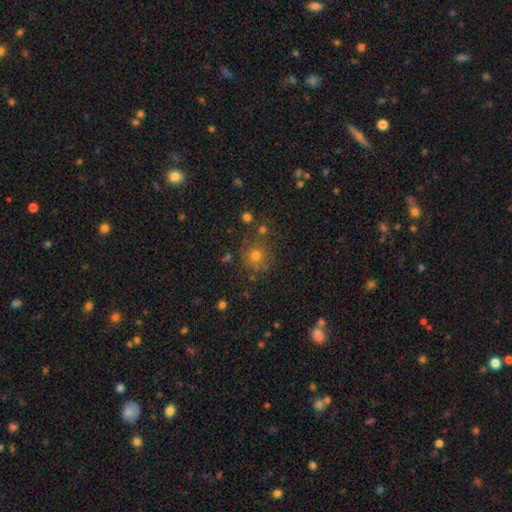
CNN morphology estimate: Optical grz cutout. It shows a smooth galaxy with no disk features (68%) that is round (90%). Merging: none (77%).